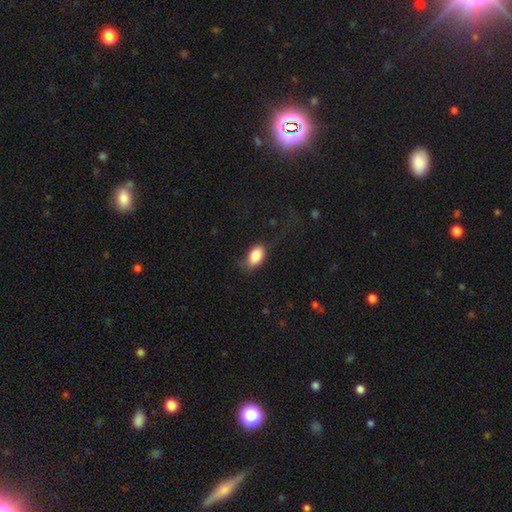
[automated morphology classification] This appears to be a smooth galaxy with no disk features (85%) that is in between round and cigar-shaped (92%). Merging: none (69%).